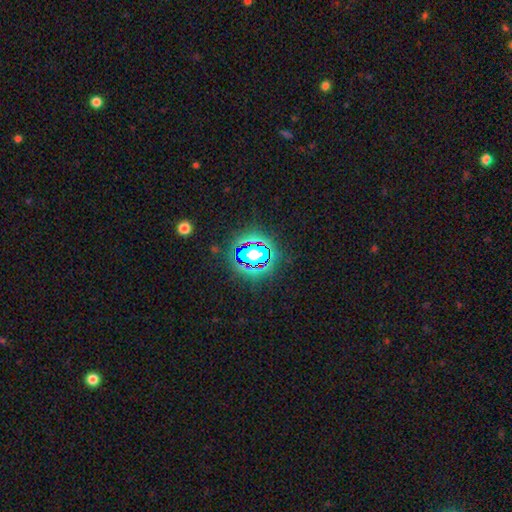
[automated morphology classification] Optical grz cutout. It shows a star or artifact, not a galaxy (73%).